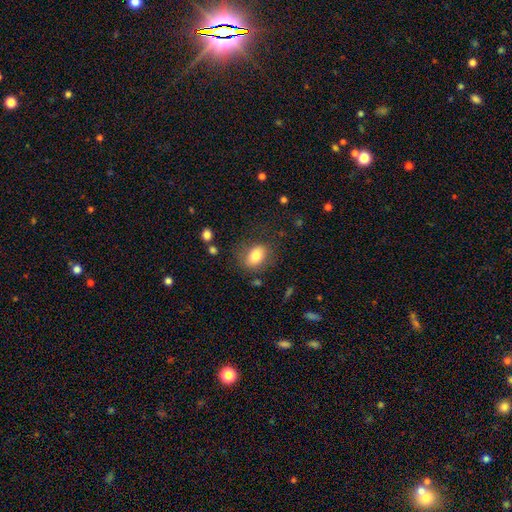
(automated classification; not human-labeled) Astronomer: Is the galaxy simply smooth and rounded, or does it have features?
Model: smooth — 81%.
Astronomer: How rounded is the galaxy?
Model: in between — 71%.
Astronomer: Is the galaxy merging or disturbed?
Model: none — 74%.